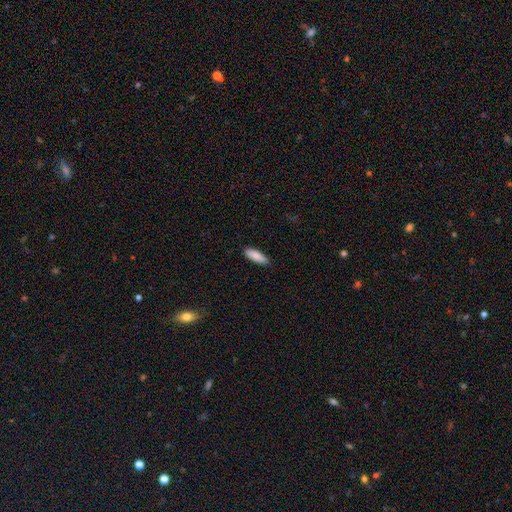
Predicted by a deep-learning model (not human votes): Overall: smooth (89%). How rounded: in between (60%; cigar-shaped 39%). Merging: none (84%).